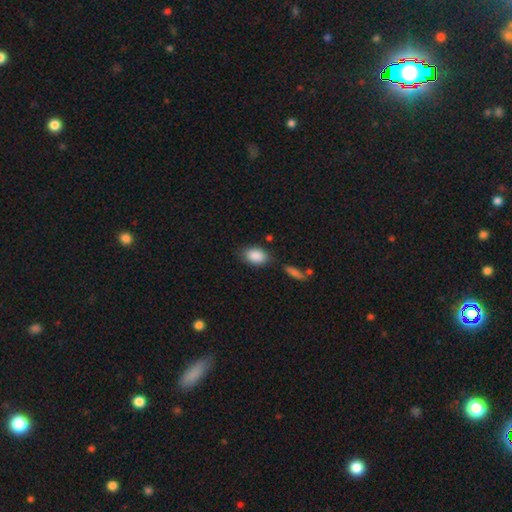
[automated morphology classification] This appears to be a smooth galaxy with no disk features (88%) that is in between round and cigar-shaped (87%). Merging: none (71%).